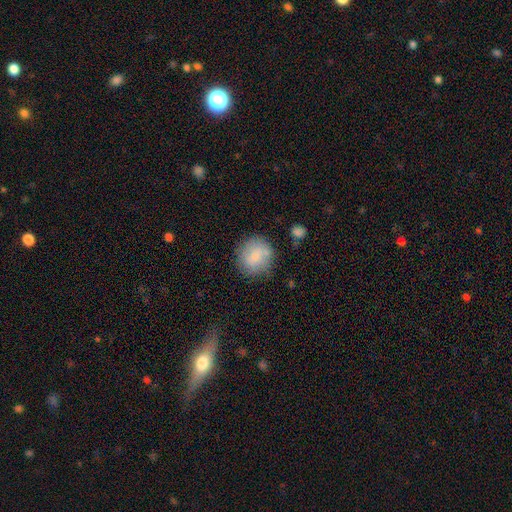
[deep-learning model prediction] This appears to be a smooth galaxy with no disk features (74%) that is round (87%). Merging: none (74%).